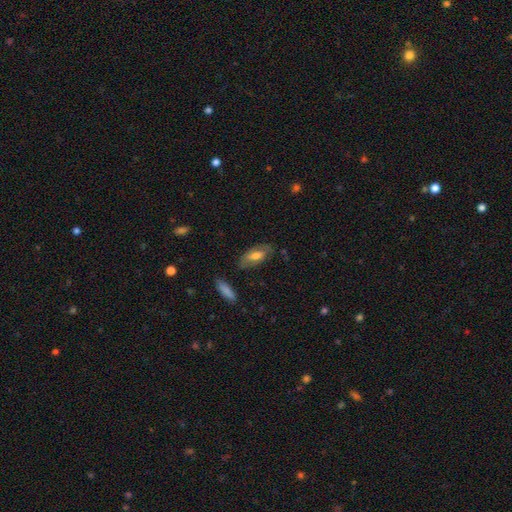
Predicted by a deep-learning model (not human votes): Smooth or featured? Predicted: smooth (p=0.58). How rounded? Predicted: in between (p=0.81). Merging? Predicted: none (p=0.68).